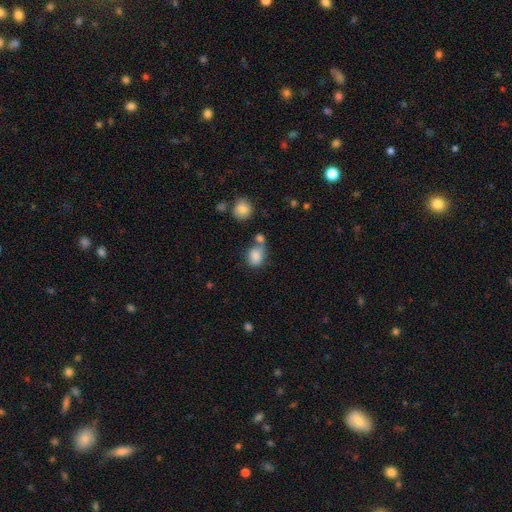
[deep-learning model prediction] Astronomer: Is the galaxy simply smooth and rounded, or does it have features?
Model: smooth — 83%.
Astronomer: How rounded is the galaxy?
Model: in between — 63%.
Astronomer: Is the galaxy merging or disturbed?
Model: none — 43% (runner-up: merger, 29%).